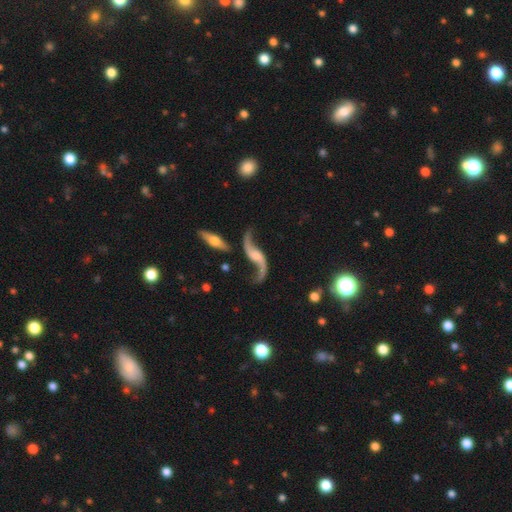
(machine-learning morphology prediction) Overall: featured or disk (89%). Edge-on disk: no (91%). Bar: no (55%; weak 34%). Spiral arms: yes (96%). Spiral arm count: 2 (94%). Spiral winding: loose (95%). Bulge size: none (36%; small 27%). Merging: none (69%).